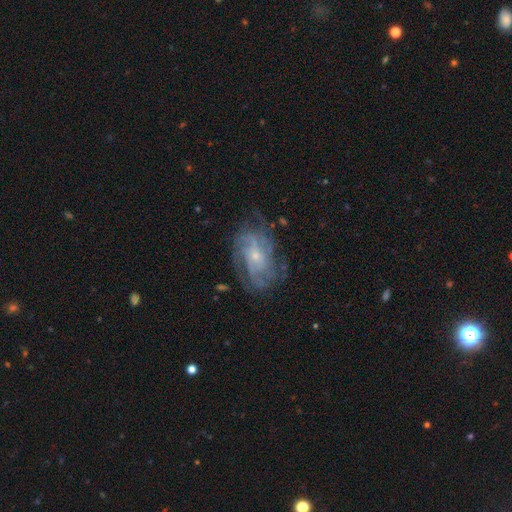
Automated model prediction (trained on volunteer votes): smooth_or_featured: featured or disk (p=0.82) [alt: smooth p=0.11]
disk_edge_on: no (p=0.97) [alt: yes p=0.03]
bar: no (p=0.71) [alt: weak p=0.25]
has_spiral_arms: yes (p=0.91) [alt: no p=0.09]
spiral_winding: tight (p=0.50) [alt: medium p=0.37]
spiral_arm_count: can't tell (p=0.37) [alt: 3 p=0.18]
bulge_size: small (p=0.75) [alt: moderate p=0.20]
merging: none (p=0.68) [alt: minor disturbance p=0.20]